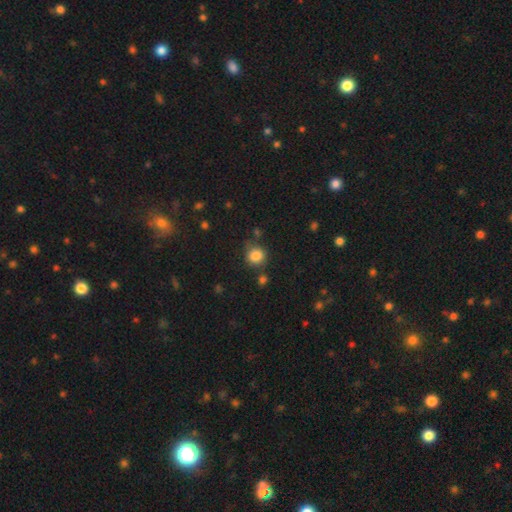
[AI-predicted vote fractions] This is clearly a smooth galaxy (84%). How rounded: clearly round (86%). Merging: likely none (76%).